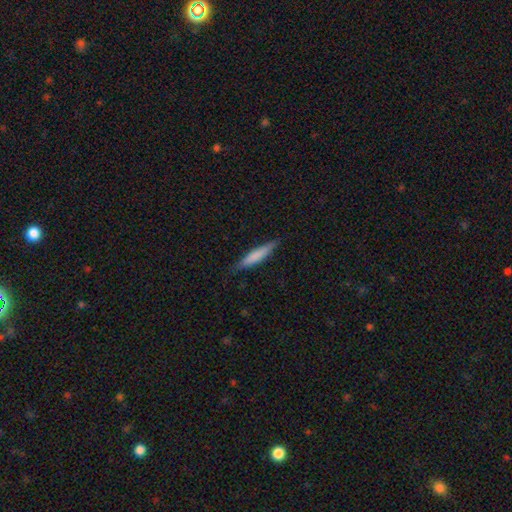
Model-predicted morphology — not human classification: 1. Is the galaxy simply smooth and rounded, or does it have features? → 70% smooth, 24% featured or disk, 6% star or artifact.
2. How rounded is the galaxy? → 89% cigar-shaped, 9% in between, 1% round.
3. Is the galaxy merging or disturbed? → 84% none, 13% minor disturbance, 2% major disturbance, 1% merger.